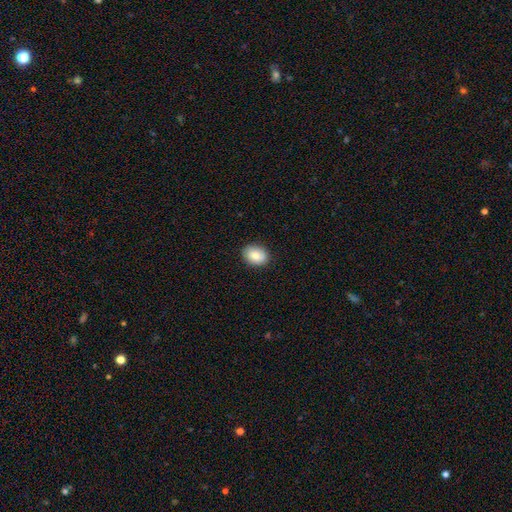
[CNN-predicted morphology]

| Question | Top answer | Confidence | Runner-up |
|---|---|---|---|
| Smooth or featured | smooth | 83% | featured or disk (9%) |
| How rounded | in between | 59% | round (40%) |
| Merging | none | 88% | minor disturbance (9%) |